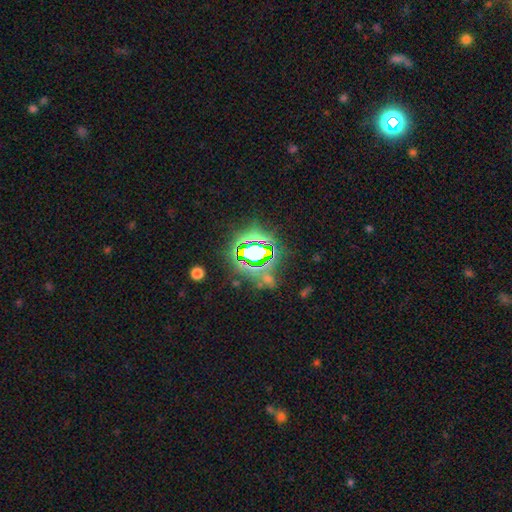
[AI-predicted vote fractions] Smooth or featured: star or artifact — 73% (smooth — 17%)